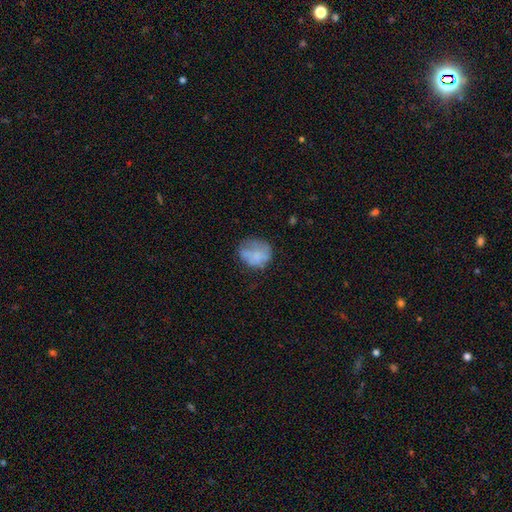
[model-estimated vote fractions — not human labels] Q: Smooth or featured?
A: smooth (66%); runner-up: featured or disk (25%)
Q: How rounded?
A: round (67%); runner-up: in between (32%)
Q: Merging?
A: none (50%); runner-up: minor disturbance (29%)